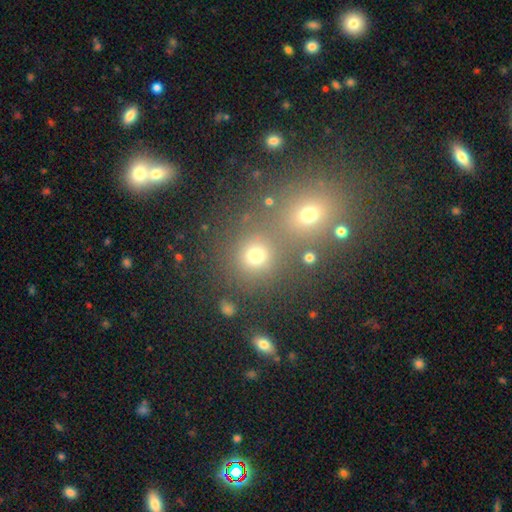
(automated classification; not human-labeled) This is likely a smooth galaxy (72%). How rounded: clearly round (86%). Merging: likely none (64%).